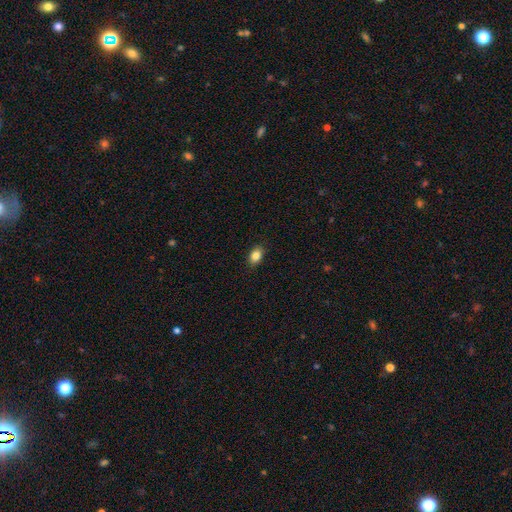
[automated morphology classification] type=smooth (85%); roundness=in between (79%); merging=none (88%).